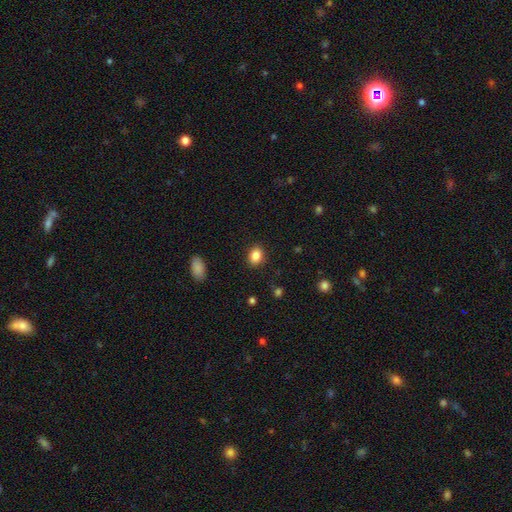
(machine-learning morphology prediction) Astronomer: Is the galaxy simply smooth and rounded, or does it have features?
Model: smooth — 86%.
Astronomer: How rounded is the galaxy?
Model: in between — 64%.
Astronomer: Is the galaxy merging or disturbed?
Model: none — 88%.